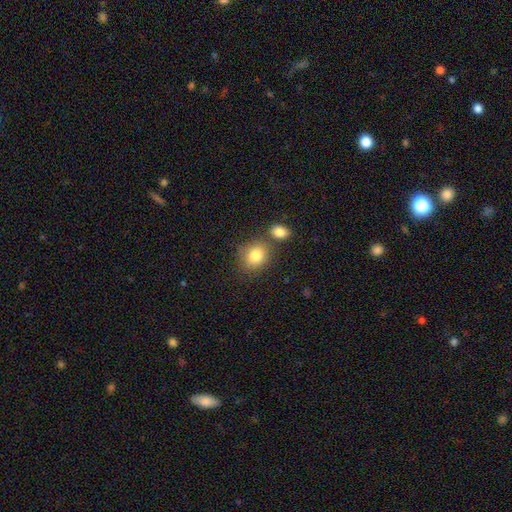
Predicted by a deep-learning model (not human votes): A smooth galaxy with no disk features (82%) that is round (62%).

Vote fractions:
- Smooth or featured? smooth: 82% / star or artifact: 9% / featured or disk: 8%
- How rounded? round: 62% / in between: 37% / cigar-shaped: 1%
- Merging? none: 66% / merger: 18% / minor disturbance: 12% / major disturbance: 4%